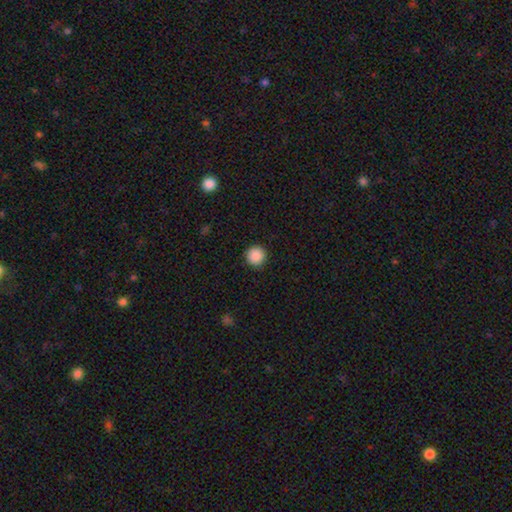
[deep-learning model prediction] Smooth or featured? smooth (89%)
How rounded? round (96%)
Merging? none (92%)